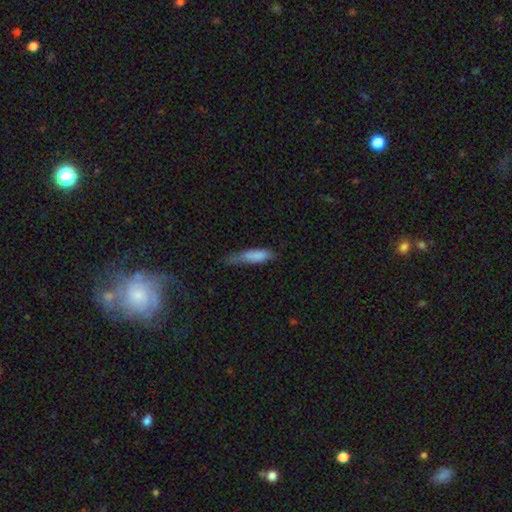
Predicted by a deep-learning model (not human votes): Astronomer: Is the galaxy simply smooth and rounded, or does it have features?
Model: smooth — 80%.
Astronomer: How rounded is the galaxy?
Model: cigar-shaped — 64%.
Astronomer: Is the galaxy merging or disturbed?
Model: minor disturbance — 40% (runner-up: none, 37%).